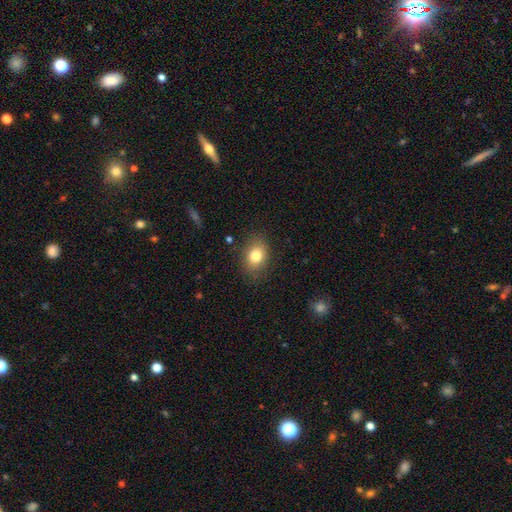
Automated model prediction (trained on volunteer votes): smooth-or-featured: smooth: 80% | featured or disk: 10% | star or artifact: 9%
  how-rounded: in between: 70% | round: 29% | cigar-shaped: 1%
  merging: none: 82% | minor disturbance: 13% | major disturbance: 4% | merger: 1%